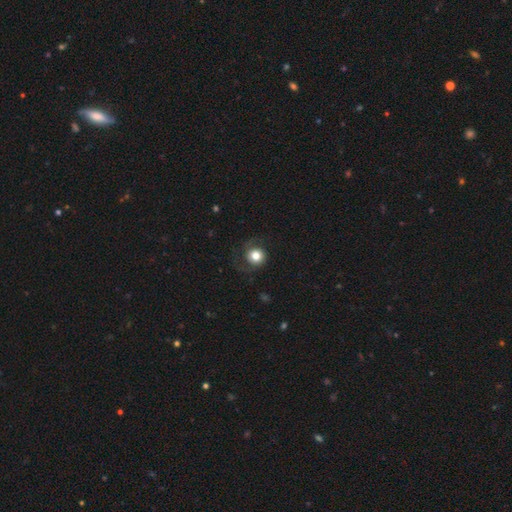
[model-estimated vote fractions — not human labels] Smooth or featured: smooth — 62% (featured or disk — 29%)
How rounded: round — 89% (in between — 10%)
Merging: none — 68% (major disturbance — 16%)